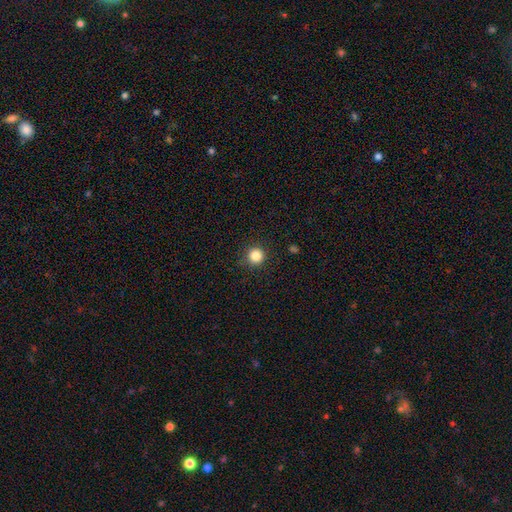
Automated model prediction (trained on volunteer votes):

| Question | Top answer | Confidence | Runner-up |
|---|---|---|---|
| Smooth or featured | smooth | 85% | star or artifact (11%) |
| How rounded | round | 95% | in between (4%) |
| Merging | none | 89% | minor disturbance (8%) |